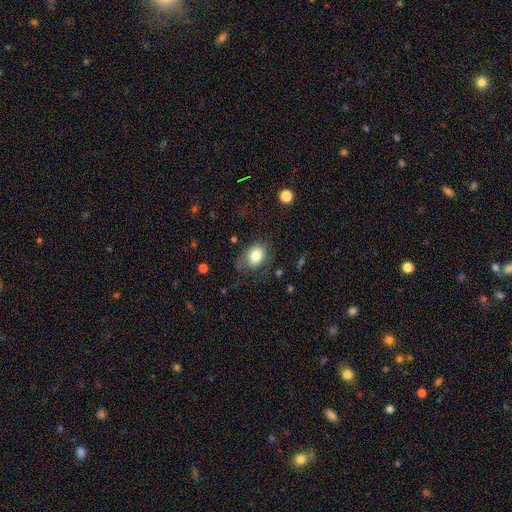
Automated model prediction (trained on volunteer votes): A smooth galaxy with no disk features (79%) that is in between round and cigar-shaped (67%).

Vote fractions:
- Smooth or featured? smooth: 79% / featured or disk: 12% / star or artifact: 9%
- How rounded? in between: 67% / round: 32% / cigar-shaped: 1%
- Merging? none: 64% / minor disturbance: 23% / major disturbance: 11% / merger: 2%